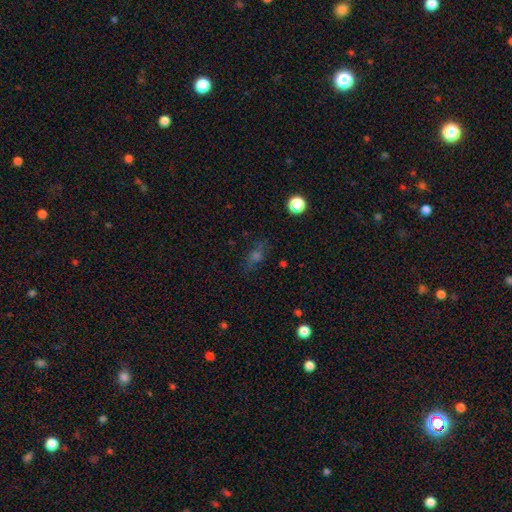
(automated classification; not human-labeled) smooth 42%, star or artifact 31%, featured or disk 27%. Down the decision tree: merging — none (75%).